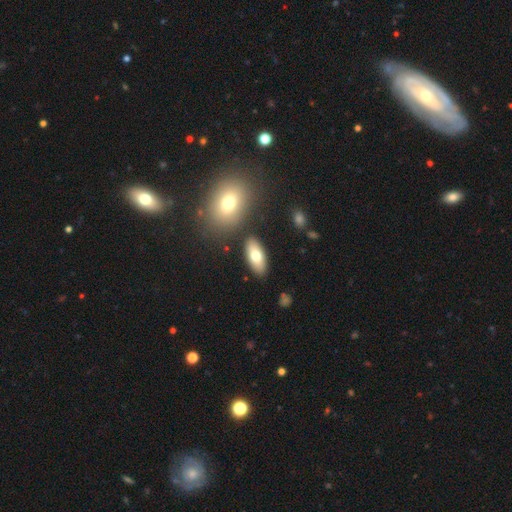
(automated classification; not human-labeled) Smooth or featured?
  - smooth: 72% *
  - featured or disk: 21%
  - star or artifact: 7%
How rounded?
  - in between: 86% *
  - cigar-shaped: 11%
  - round: 3%
Merging?
  - none: 84% *
  - minor disturbance: 9%
  - merger: 5%
  - major disturbance: 3%